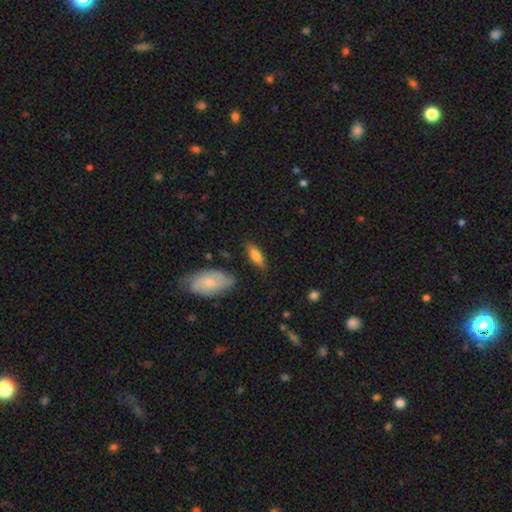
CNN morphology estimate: smooth_or_featured: smooth (p=0.73) [alt: featured or disk p=0.20]
how_rounded: in between (p=0.66) [alt: cigar-shaped p=0.31]
merging: none (p=0.80) [alt: minor disturbance p=0.14]